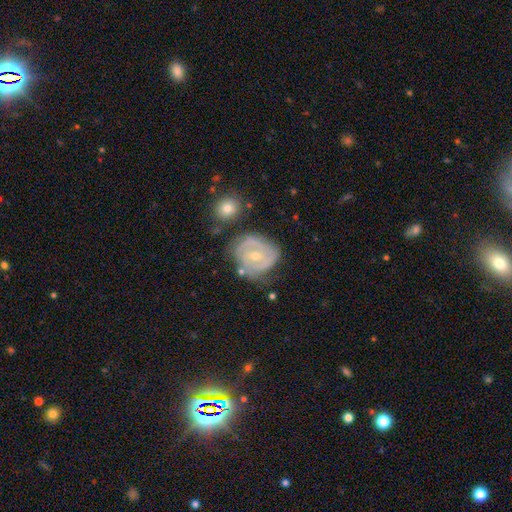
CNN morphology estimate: A featured or disk galaxy (82%) with a weak bar (45%), 2 (49%) tight (63%) spiral arms (91%) and a small central bulge (51%). Merging: none (64%).